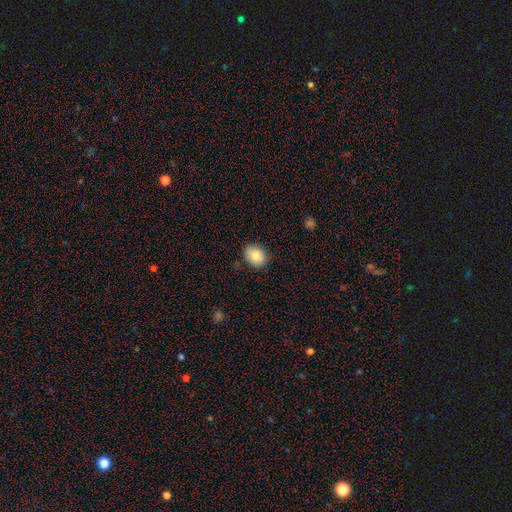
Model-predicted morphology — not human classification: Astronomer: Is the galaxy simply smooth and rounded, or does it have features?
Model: smooth — 84%.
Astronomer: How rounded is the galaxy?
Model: in between — 60% (runner-up: round, 39%).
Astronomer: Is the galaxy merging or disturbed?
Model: none — 84%.